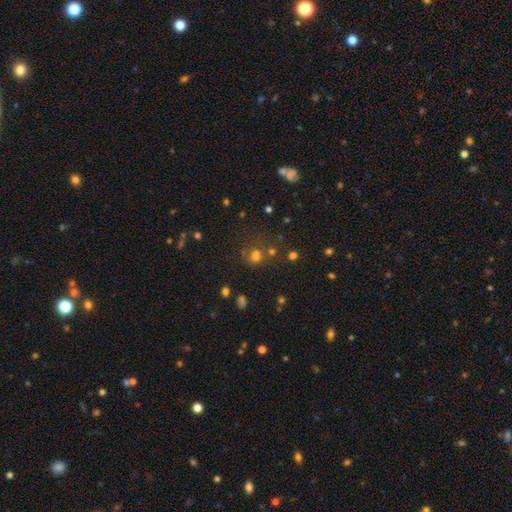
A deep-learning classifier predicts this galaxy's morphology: Smooth or featured?
  - smooth: 67% *
  - star or artifact: 24%
  - featured or disk: 9%
How rounded?
  - round: 77% *
  - in between: 21%
  - cigar-shaped: 1%
Merging?
  - none: 59% *
  - merger: 21%
  - minor disturbance: 13%
  - major disturbance: 8%